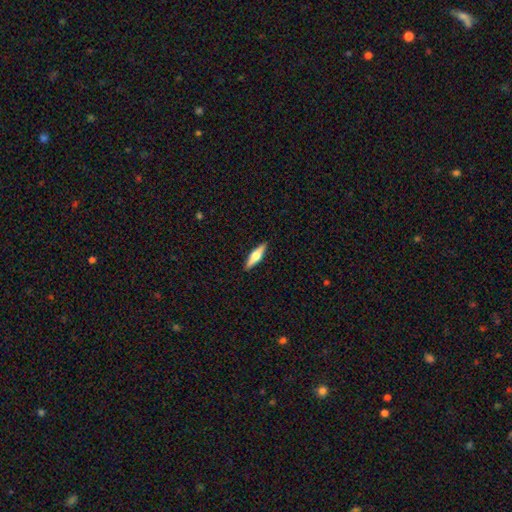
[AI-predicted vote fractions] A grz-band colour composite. It shows a featured or disk galaxy (52%) viewed edge-on (95%). Merging: none (91%).